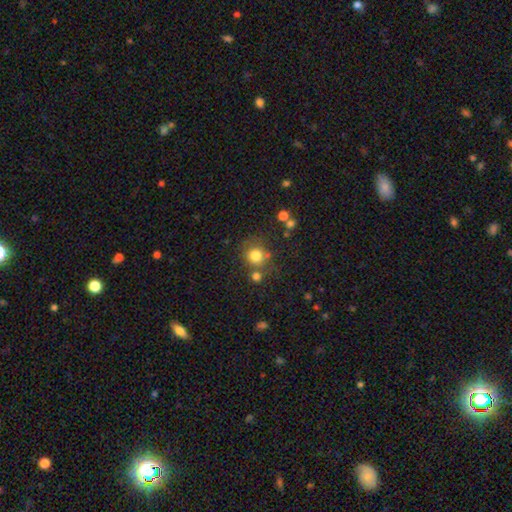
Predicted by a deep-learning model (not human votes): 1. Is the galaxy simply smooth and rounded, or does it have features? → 79% smooth, 13% star or artifact, 8% featured or disk.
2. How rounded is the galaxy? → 89% round, 10% in between, 1% cigar-shaped.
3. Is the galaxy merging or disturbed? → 69% none, 15% merger, 11% minor disturbance, 5% major disturbance.